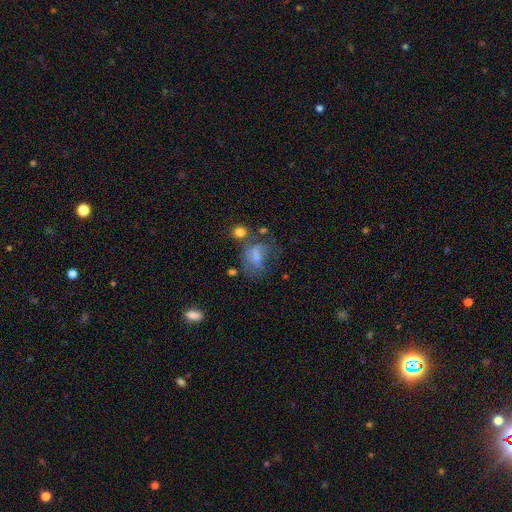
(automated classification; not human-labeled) Smooth or featured? smooth (50%)
How rounded? in between (69%)
Merging? major disturbance (38%)